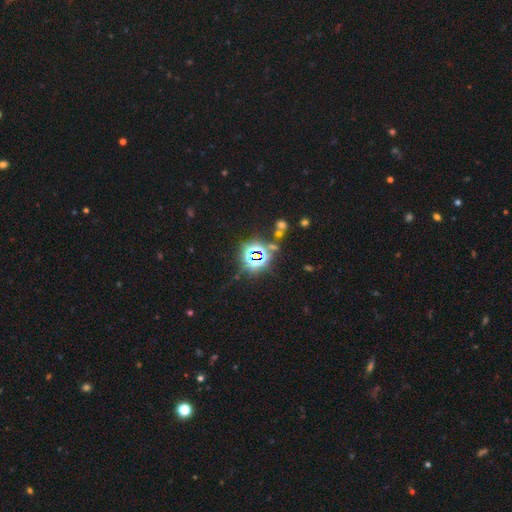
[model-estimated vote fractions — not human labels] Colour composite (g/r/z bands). It shows a star or artifact, not a galaxy (76%).